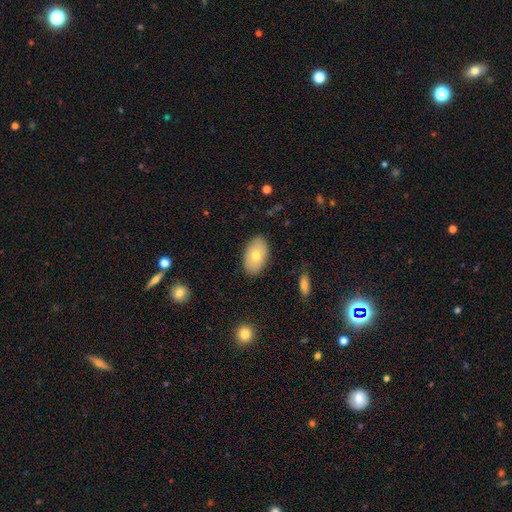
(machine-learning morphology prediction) A smooth galaxy with no disk features (71%) that is in between round and cigar-shaped (93%). Merging: none (86%).